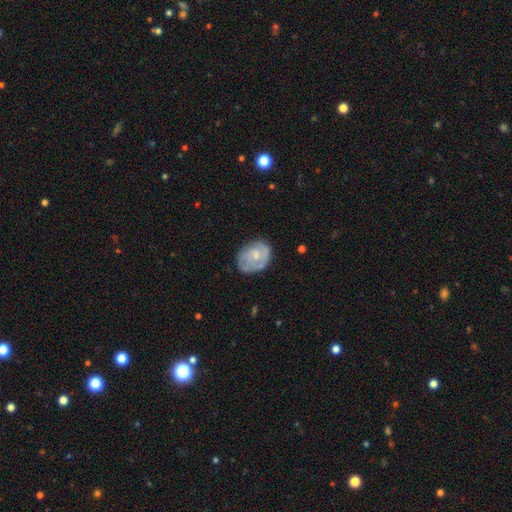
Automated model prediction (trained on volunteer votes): Smooth or featured?
  - featured or disk: 54% *
  - smooth: 40%
  - star or artifact: 6%
Edge-on disk?
  - no: 97% *
  - yes: 3%
Bar?
  - no: 78% *
  - weak: 20%
  - strong: 3%
Spiral arms?
  - yes: 66% *
  - no: 34%
Bulge size?
  - small: 55% *
  - moderate: 36%
  - none: 6%
  - large: 2%
  - dominant: 1%
Merging?
  - none: 65% *
  - minor disturbance: 25%
  - major disturbance: 9%
  - merger: 2%